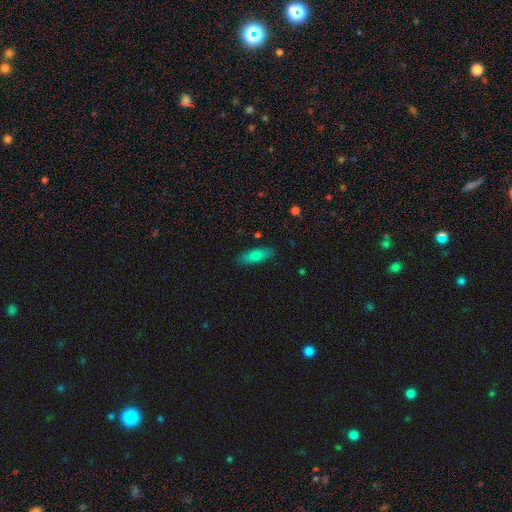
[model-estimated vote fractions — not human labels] Q: Smooth or featured?
A: smooth (76%); runner-up: featured or disk (16%)
Q: How rounded?
A: in between (62%); runner-up: cigar-shaped (35%)
Q: Merging?
A: none (86%); runner-up: minor disturbance (10%)